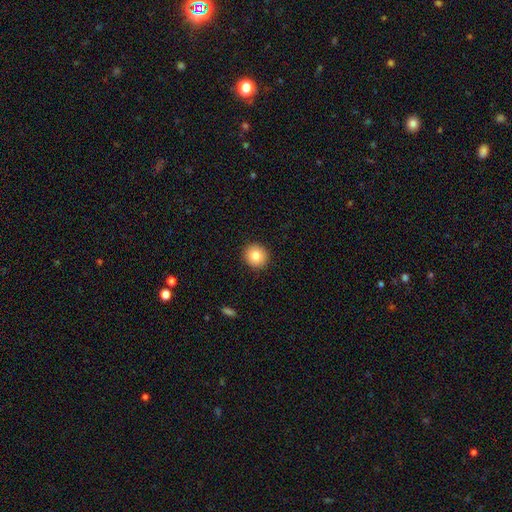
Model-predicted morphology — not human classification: Overall: smooth (83%). How rounded: round (91%). Merging: none (92%).